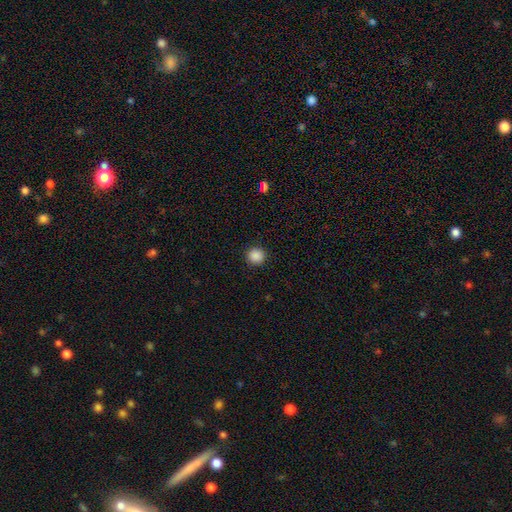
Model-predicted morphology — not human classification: Smooth or featured? smooth (88%)
How rounded? round (93%)
Merging? none (92%)